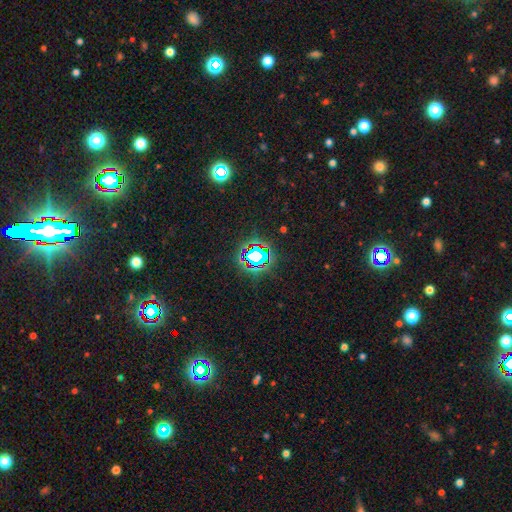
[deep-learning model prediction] smooth_or_featured: star or artifact (p=0.71) [alt: smooth p=0.17]